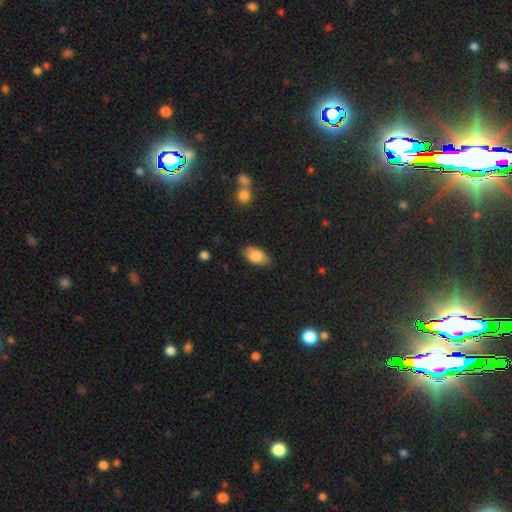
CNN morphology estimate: Smooth or featured? Predicted: smooth (p=0.84). How rounded? Predicted: in between (p=0.92). Merging? Predicted: none (p=0.82).